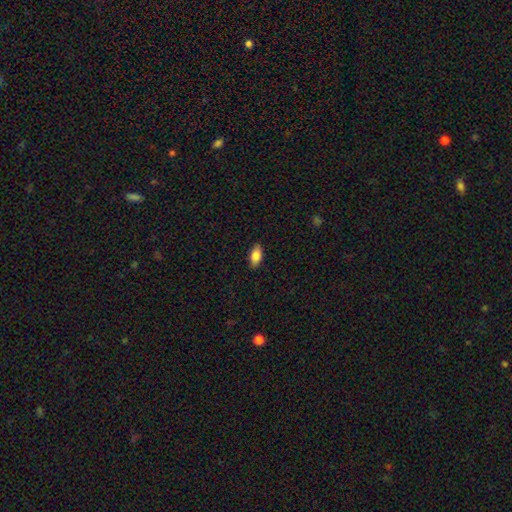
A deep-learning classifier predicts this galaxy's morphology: type=smooth (85%); roundness=in between (90%); merging=none (88%).